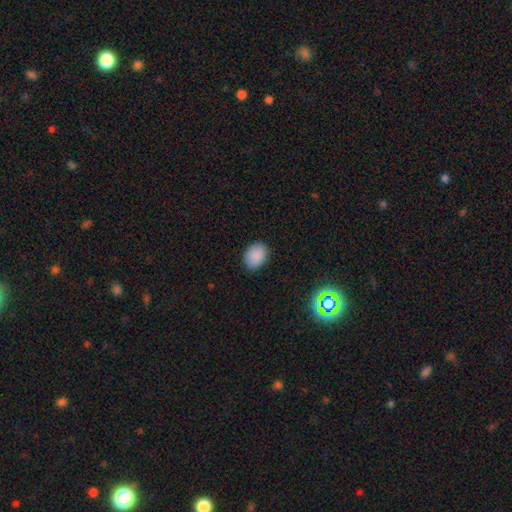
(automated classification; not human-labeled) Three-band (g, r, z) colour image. It shows a smooth galaxy with no disk features (88%) that is in between round and cigar-shaped (65%). Merging: none (86%).